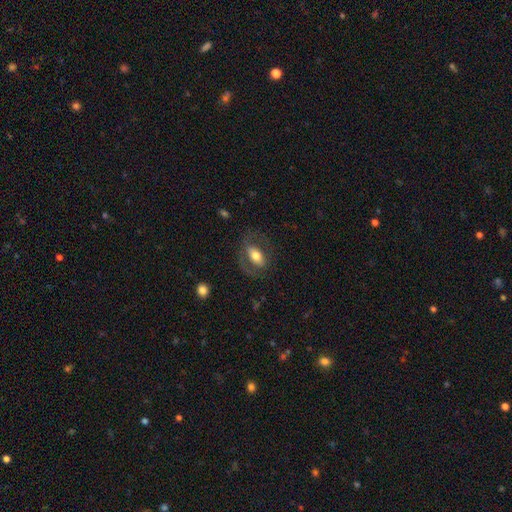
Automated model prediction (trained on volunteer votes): A smooth galaxy with no disk features (49%). Merging: none (64%).